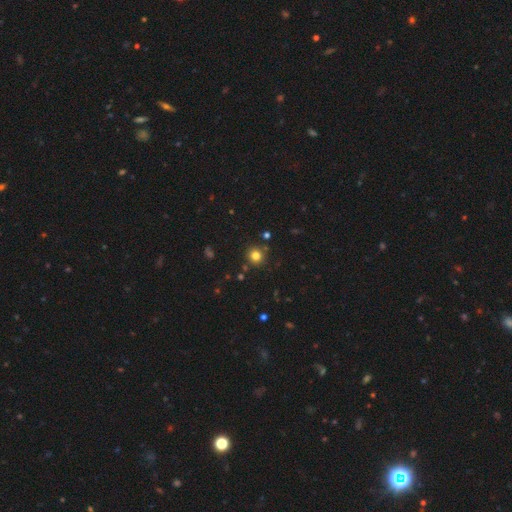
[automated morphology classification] Smooth or featured? smooth (79%)
How rounded? round (93%)
Merging? none (86%)